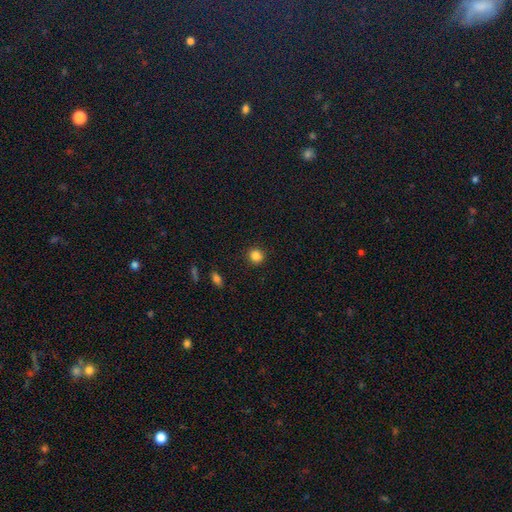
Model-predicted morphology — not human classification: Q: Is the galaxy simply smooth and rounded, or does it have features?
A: smooth — 85%.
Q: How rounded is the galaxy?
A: round — 89%.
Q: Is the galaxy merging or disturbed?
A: none — 91%.